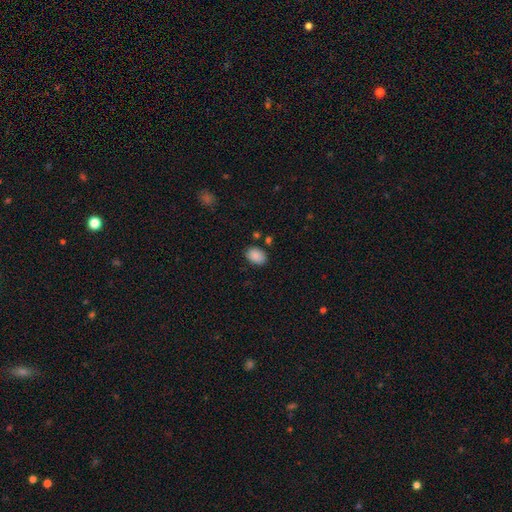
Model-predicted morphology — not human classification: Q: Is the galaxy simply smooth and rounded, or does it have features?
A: smooth — 89%.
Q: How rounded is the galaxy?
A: in between — 81%.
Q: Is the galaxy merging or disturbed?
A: none — 81%.